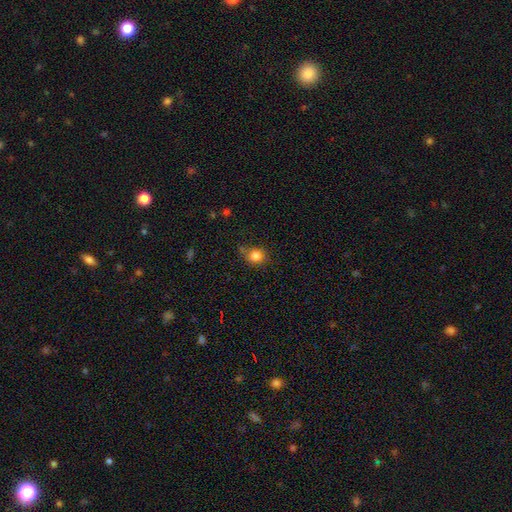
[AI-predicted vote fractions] Smooth or featured? smooth (84%)
How rounded? round (80%)
Merging? none (71%)